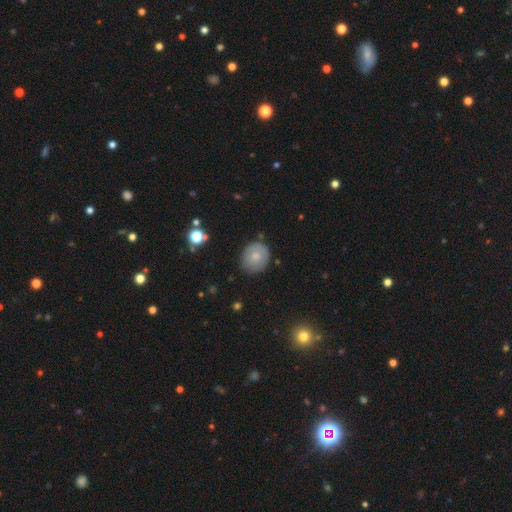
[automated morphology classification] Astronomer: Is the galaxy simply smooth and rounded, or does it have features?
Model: smooth — 75%.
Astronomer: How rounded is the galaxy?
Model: round — 75%.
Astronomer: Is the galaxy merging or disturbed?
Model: none — 81%.